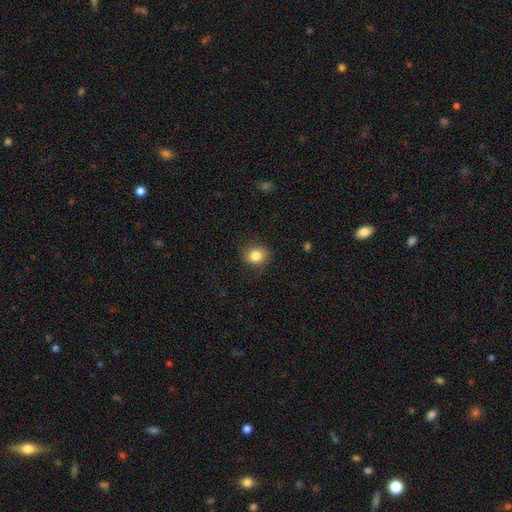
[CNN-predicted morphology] A smooth galaxy with no disk features (83%) that is round (67%).

Vote fractions:
- Smooth or featured? smooth: 83% / star or artifact: 10% / featured or disk: 7%
- How rounded? round: 67% / in between: 32% / cigar-shaped: 1%
- Merging? none: 84% / minor disturbance: 12% / major disturbance: 3% / merger: 1%